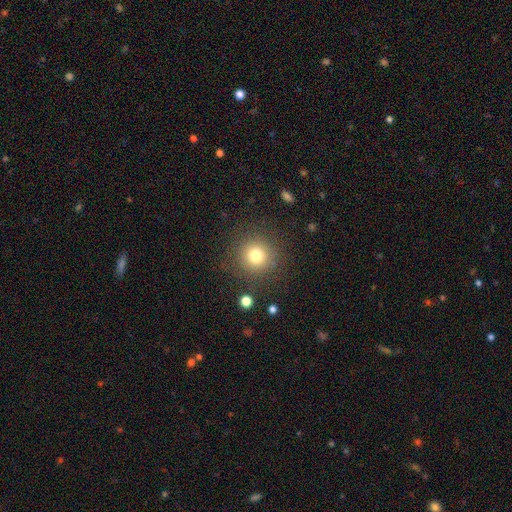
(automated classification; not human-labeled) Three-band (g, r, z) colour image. It shows a smooth galaxy with no disk features (77%) that is round (95%). Merging: none (87%).